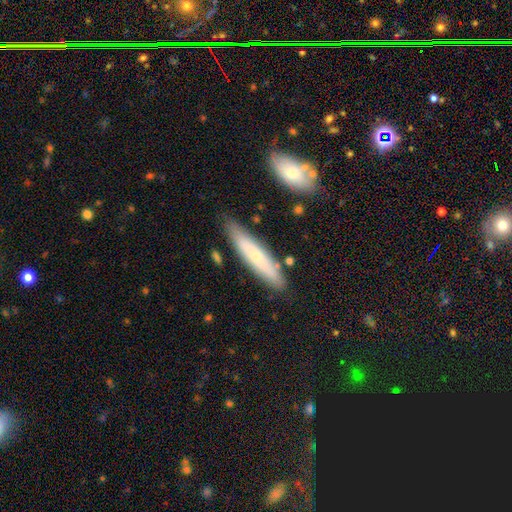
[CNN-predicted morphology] Smooth or featured? smooth (57%)
How rounded? cigar-shaped (82%)
Merging? none (82%)